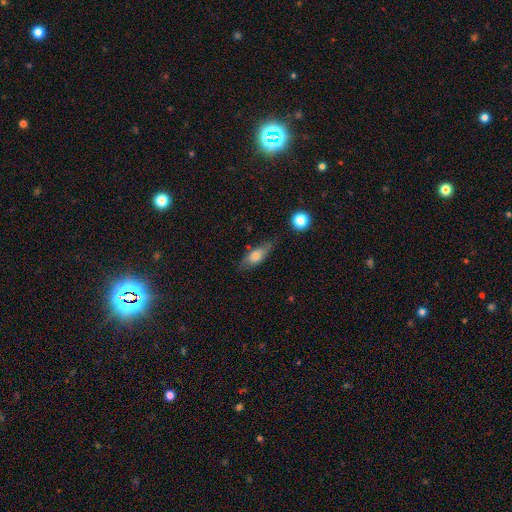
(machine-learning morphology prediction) smooth_or_featured: smooth (p=0.64) [alt: featured or disk p=0.28]
how_rounded: in between (p=0.70) [alt: cigar-shaped p=0.25]
merging: none (p=0.66) [alt: minor disturbance p=0.25]